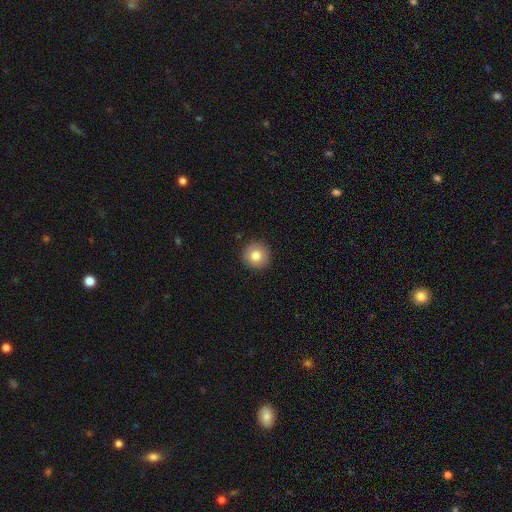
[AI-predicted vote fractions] smooth-or-featured: smooth: 81% | featured or disk: 10% | star or artifact: 9%
  how-rounded: round: 95% | in between: 4% | cigar-shaped: 1%
  merging: none: 91% | minor disturbance: 7% | major disturbance: 2% | merger: 1%